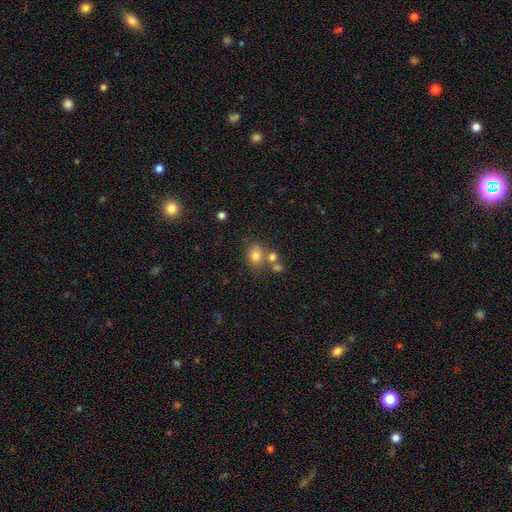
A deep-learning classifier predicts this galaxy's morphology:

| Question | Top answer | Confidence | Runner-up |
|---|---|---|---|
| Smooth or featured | smooth | 75% | star or artifact (13%) |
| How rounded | round | 49% | tied: in between (49%) |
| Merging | none | 54% | merger (25%) |